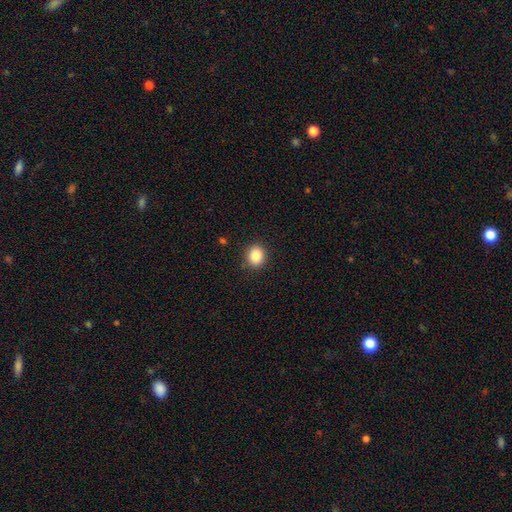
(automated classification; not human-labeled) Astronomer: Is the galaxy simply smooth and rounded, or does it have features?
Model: smooth — 85%.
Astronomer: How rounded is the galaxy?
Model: round — 80%.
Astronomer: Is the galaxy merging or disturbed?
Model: none — 89%.